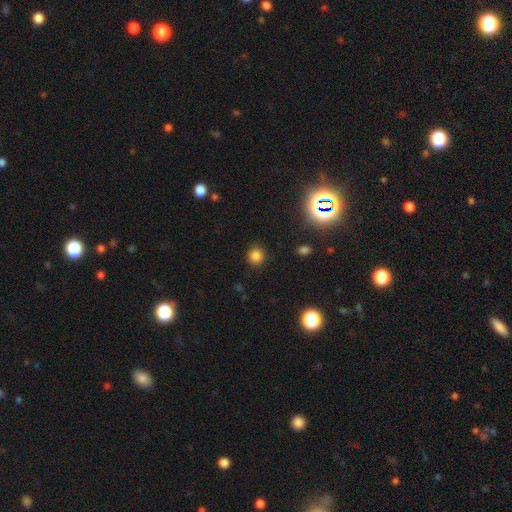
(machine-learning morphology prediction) A smooth galaxy with no disk features (80%) that is round (92%).

Vote fractions:
- Smooth or featured? smooth: 80% / star or artifact: 16% / featured or disk: 4%
- How rounded? round: 92% / in between: 7% / cigar-shaped: 1%
- Merging? none: 89% / minor disturbance: 7% / major disturbance: 3% / merger: 1%